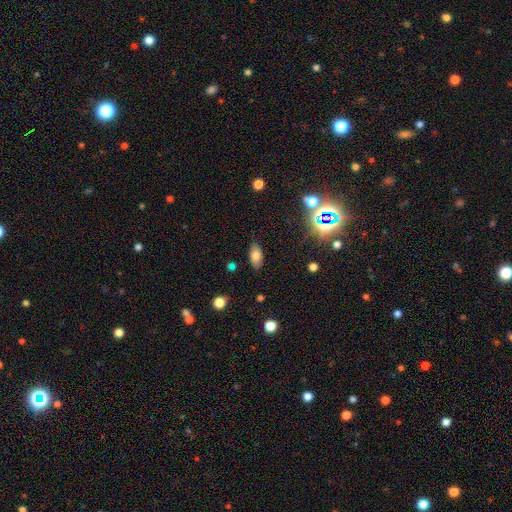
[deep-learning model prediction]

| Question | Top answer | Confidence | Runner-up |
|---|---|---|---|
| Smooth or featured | smooth | 74% | star or artifact (13%) |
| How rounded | in between | 90% | cigar-shaped (5%) |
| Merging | none | 84% | minor disturbance (11%) |